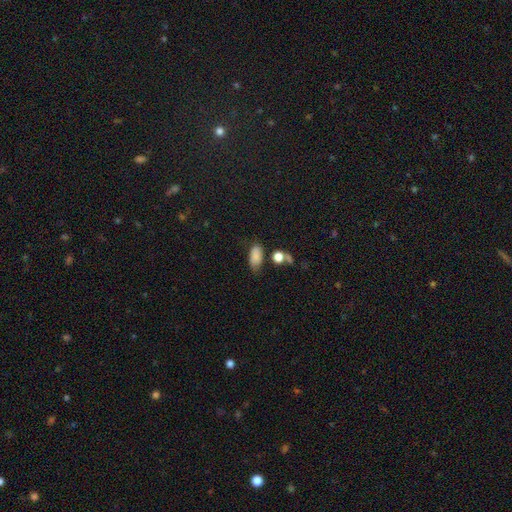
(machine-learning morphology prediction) This appears to be a smooth galaxy with no disk features (82%) that is in between round and cigar-shaped (87%). Merging: none (56%).